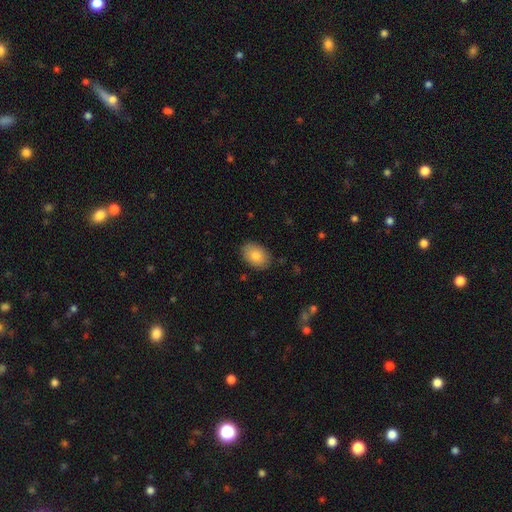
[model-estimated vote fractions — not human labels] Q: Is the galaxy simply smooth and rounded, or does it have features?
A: smooth — 83%.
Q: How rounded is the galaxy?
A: in between — 83%.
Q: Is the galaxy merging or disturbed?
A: none — 86%.